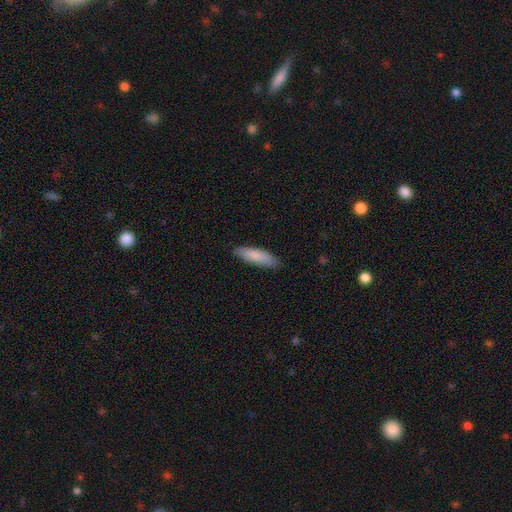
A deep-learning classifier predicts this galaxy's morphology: A smooth galaxy with no disk features (86%) that is cigar-shaped (56%). Merging: none (86%).